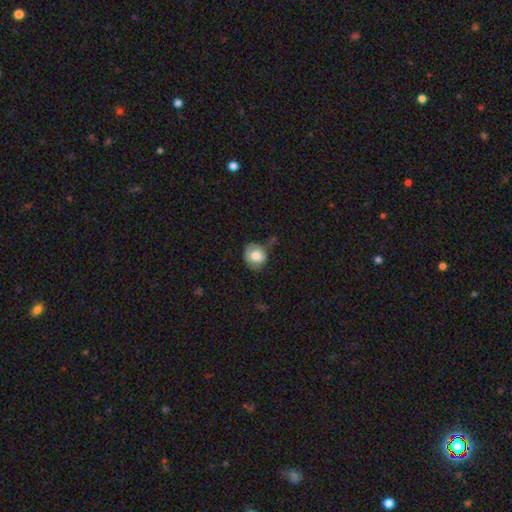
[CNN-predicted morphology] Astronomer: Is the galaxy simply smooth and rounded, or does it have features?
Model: smooth — 77%.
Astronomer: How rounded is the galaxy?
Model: round — 73%.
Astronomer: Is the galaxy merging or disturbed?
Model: none — 49% (runner-up: minor disturbance, 33%).